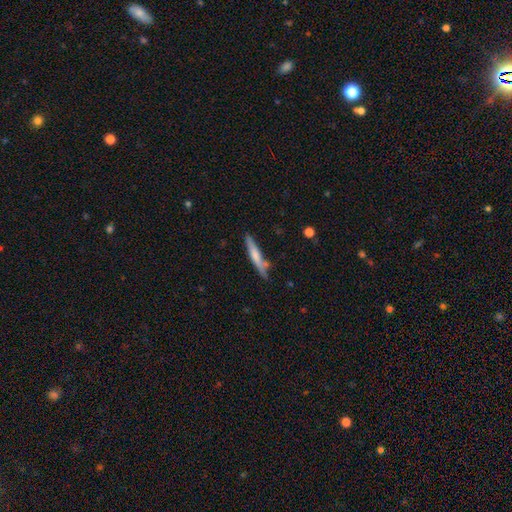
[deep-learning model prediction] smooth 61%, featured or disk 33%, star or artifact 6%. Down the decision tree: how rounded — cigar-shaped (92%); merging — none (73%).